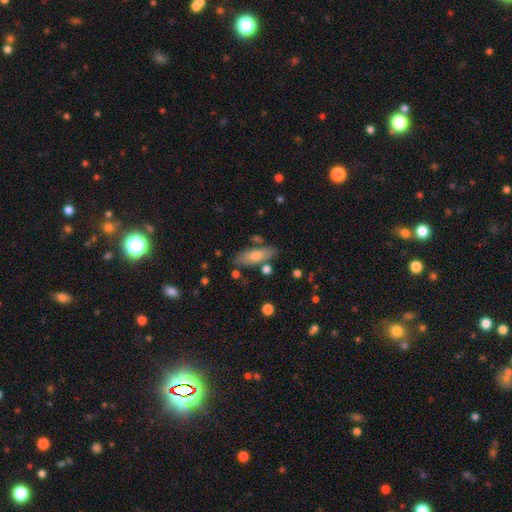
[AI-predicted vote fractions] This appears to be a smooth galaxy with no disk features (71%) that is in between round and cigar-shaped (59%). Merging: none (75%).